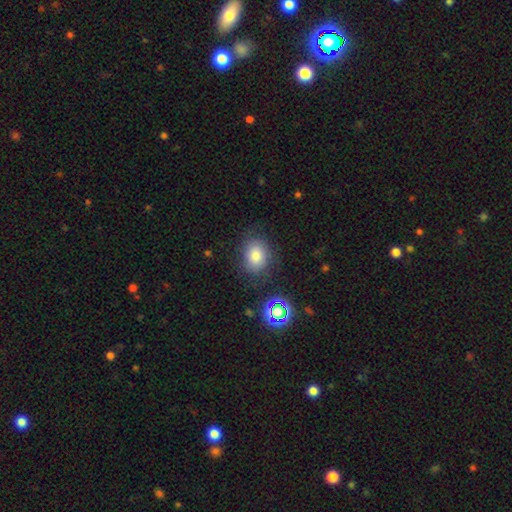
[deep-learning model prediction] Smooth or featured?
  - smooth: 76% *
  - star or artifact: 13%
  - featured or disk: 11%
How rounded?
  - in between: 53% *
  - round: 46%
  - cigar-shaped: 1%
Merging?
  - none: 76% *
  - minor disturbance: 15%
  - major disturbance: 6%
  - merger: 3%